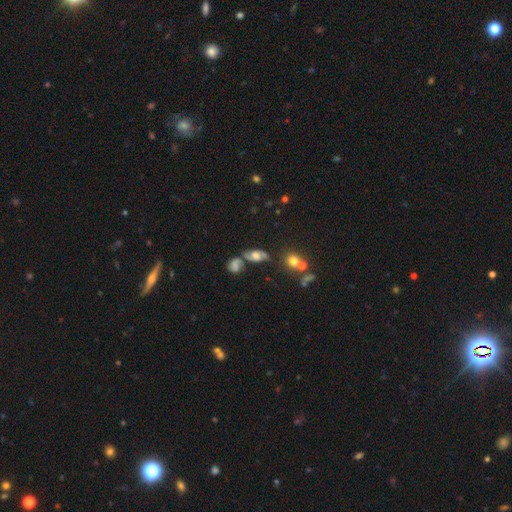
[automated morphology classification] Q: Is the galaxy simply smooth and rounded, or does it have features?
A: featured or disk — 45%.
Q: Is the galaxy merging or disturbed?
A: none — 46%.